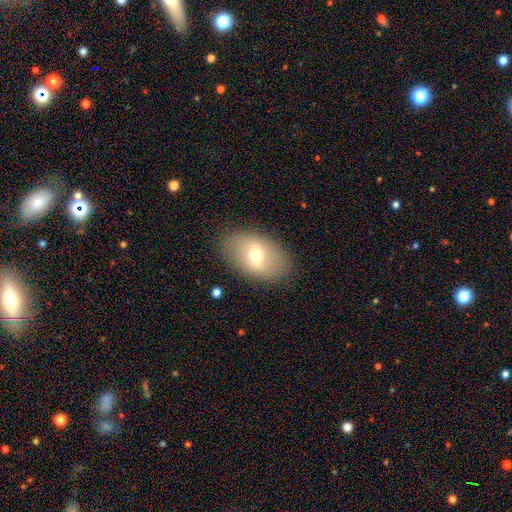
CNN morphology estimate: smooth_or_featured: smooth (p=0.56) [alt: featured or disk p=0.34]
how_rounded: in between (p=0.86) [alt: round p=0.13]
merging: none (p=0.85) [alt: minor disturbance p=0.10]